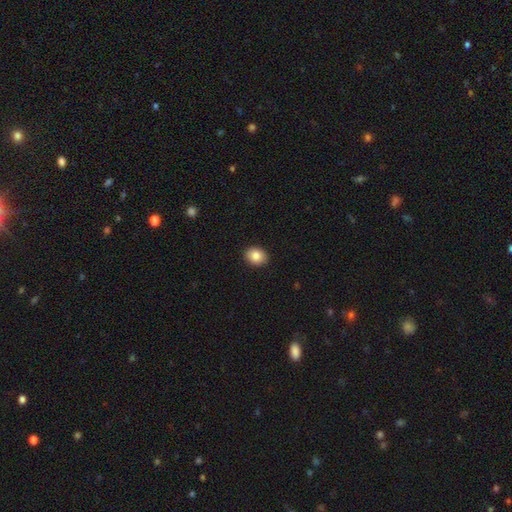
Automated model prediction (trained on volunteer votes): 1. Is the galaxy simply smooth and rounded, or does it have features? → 86% smooth, 8% star or artifact, 6% featured or disk.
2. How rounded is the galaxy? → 55% in between, 44% round, 1% cigar-shaped.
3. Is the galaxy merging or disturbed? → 91% none, 7% minor disturbance, 2% major disturbance, 1% merger.